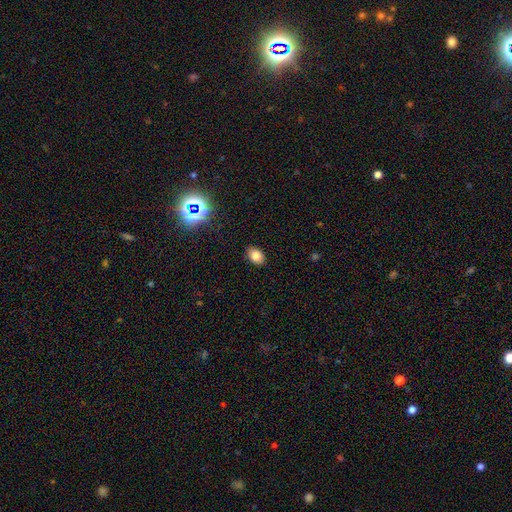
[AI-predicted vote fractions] A smooth galaxy with no disk features (80%) that is in between round and cigar-shaped (81%). Merging: none (88%).